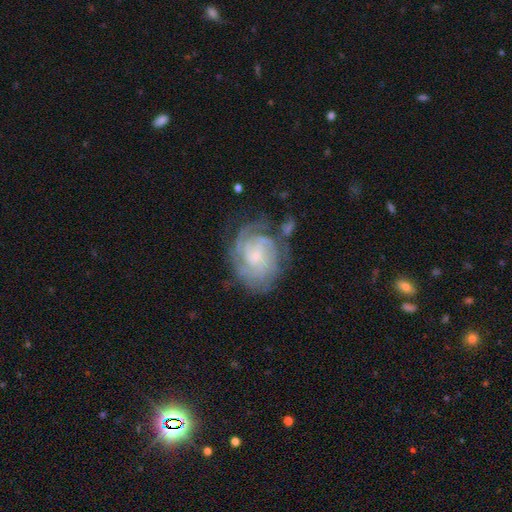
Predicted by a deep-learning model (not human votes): The model was most divided on "spiral arm count": can't tell: 30%, 3: 21%, 2: 18%, 4: 17%, more than 4: 7%, 1: 6%. More confident: edge-on disk — no (98%); spiral arms — yes (96%); smooth or featured — featured or disk (85%); bulge size — small (75%); spiral winding — tight (74%); merging — none (65%); bar — no (63%).